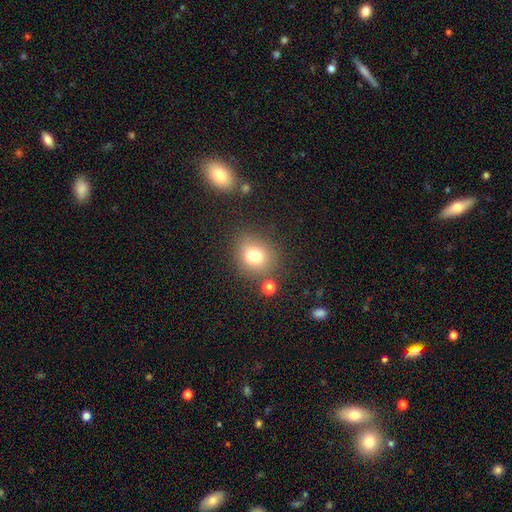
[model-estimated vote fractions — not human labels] Smooth or featured: smooth — 76% (star or artifact — 12%)
How rounded: round — 65% (in between — 34%)
Merging: none — 66% (minor disturbance — 15%)